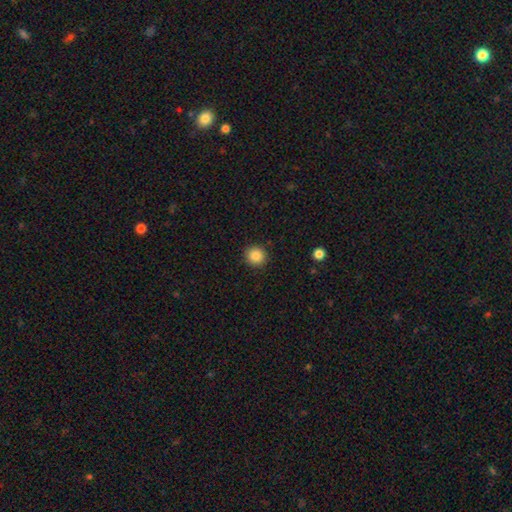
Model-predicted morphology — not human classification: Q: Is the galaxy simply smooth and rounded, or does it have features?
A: smooth — 86%.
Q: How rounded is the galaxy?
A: round — 93%.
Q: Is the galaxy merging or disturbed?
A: none — 92%.